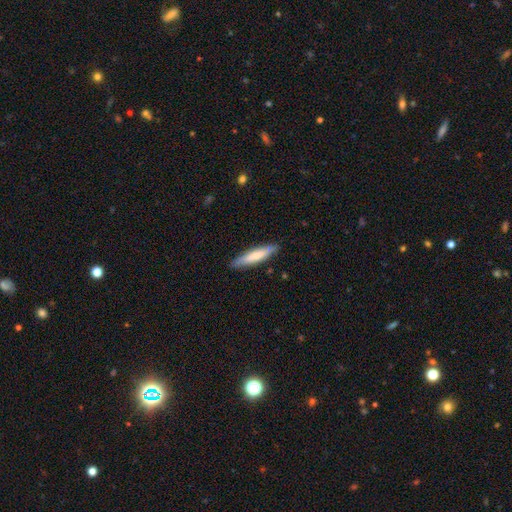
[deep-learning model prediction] Morphology: type=smooth (68%); roundness=cigar-shaped (83%); merging=none (86%).